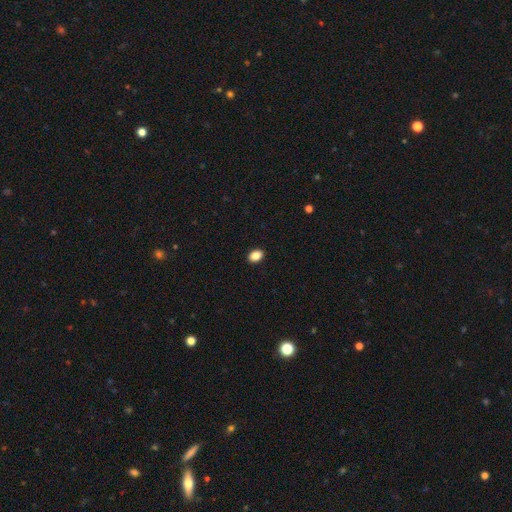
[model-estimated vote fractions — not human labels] A smooth galaxy with no disk features (88%) that is in between round and cigar-shaped (79%). Merging: none (91%).